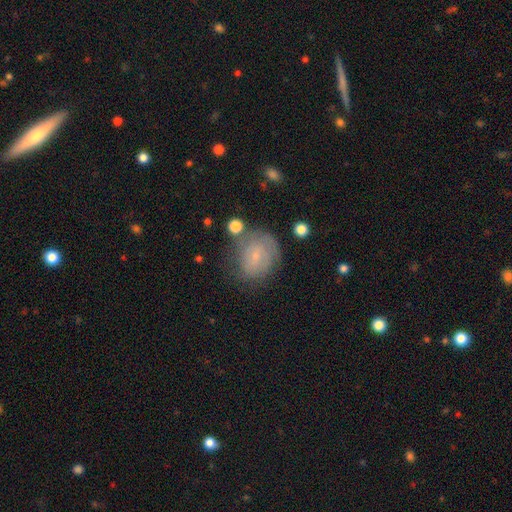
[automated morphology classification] Smooth or featured? smooth (45%)
Merging? none (60%)